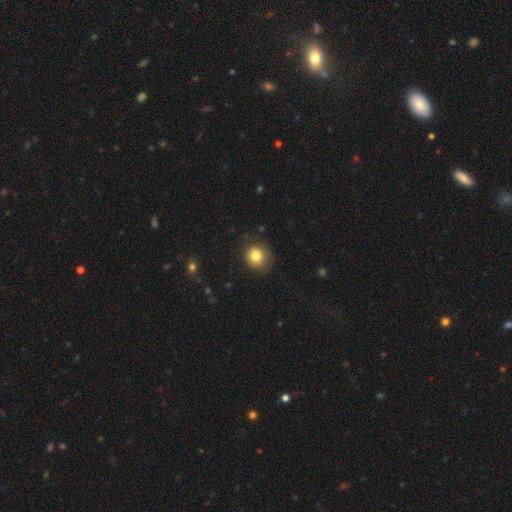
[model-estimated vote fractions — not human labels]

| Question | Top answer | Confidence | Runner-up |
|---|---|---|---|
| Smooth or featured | smooth | 83% | star or artifact (10%) |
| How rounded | round | 86% | in between (13%) |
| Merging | none | 76% | minor disturbance (18%) |